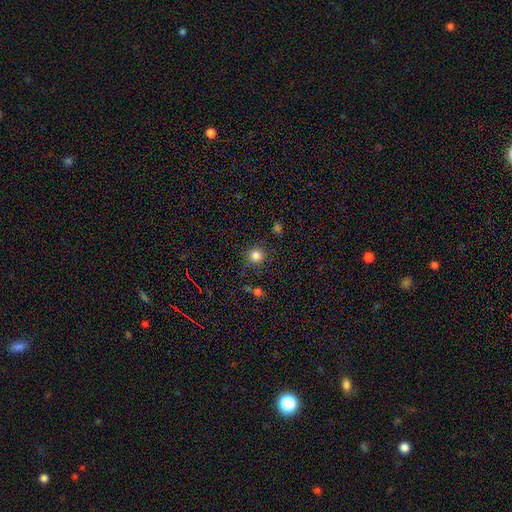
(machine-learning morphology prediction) smooth 82%, star or artifact 13%, featured or disk 5%. Down the decision tree: how rounded — round (94%); merging — none (87%).